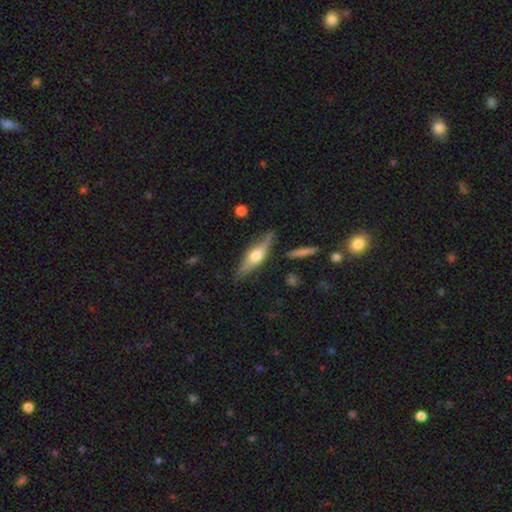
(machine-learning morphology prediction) smooth-or-featured: featured or disk: 55% | smooth: 39% | star or artifact: 6%
  disk-edge-on: yes: 92% | no: 8%
    edge-on-bulge: rounded: 85% | boxy: 11% | none: 4%
  merging: none: 79% | minor disturbance: 15% | major disturbance: 3% | merger: 3%